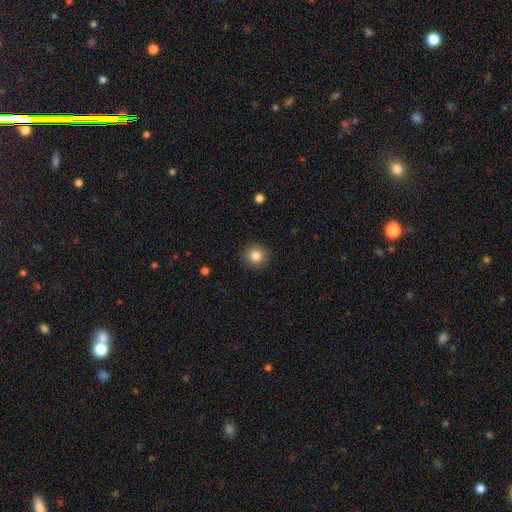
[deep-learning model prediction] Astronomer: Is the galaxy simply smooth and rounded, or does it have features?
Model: smooth — 83%.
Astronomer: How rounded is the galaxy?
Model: round — 93%.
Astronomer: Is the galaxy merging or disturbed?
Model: none — 92%.